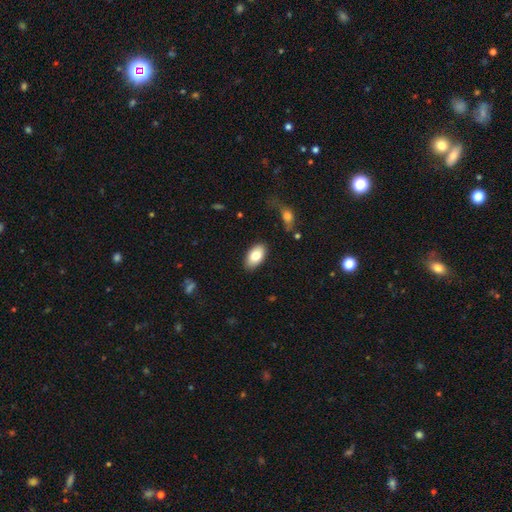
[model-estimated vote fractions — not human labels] A smooth galaxy with no disk features (81%) that is in between round and cigar-shaped (94%). Merging: none (86%).